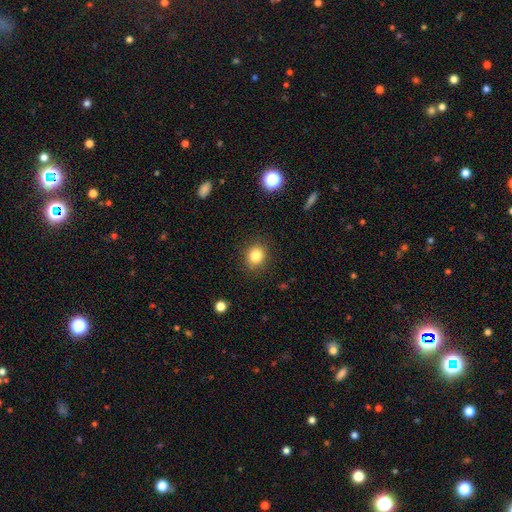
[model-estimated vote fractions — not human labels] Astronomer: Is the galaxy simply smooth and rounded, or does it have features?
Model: smooth — 82%.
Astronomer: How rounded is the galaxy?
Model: round — 77%.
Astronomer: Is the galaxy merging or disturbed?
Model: none — 89%.